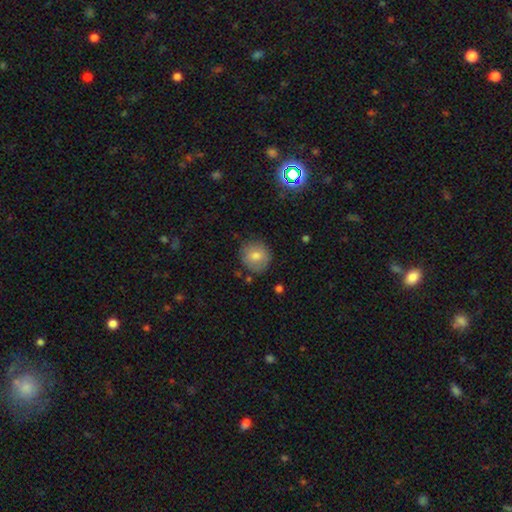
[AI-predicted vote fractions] Q: Smooth or featured?
A: smooth (74%); runner-up: featured or disk (15%)
Q: How rounded?
A: round (91%); runner-up: in between (8%)
Q: Merging?
A: none (84%); runner-up: minor disturbance (12%)